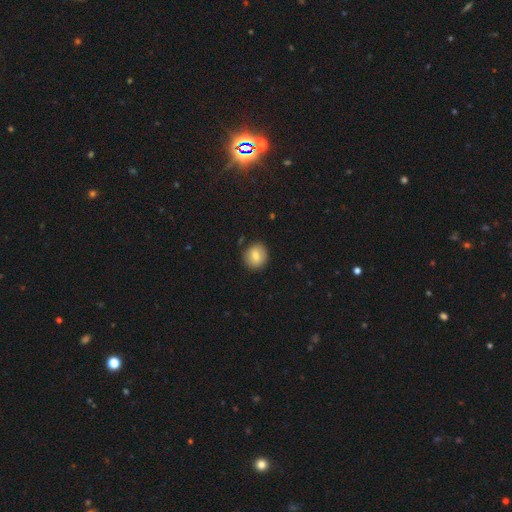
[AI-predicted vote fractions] This is likely a smooth galaxy (77%). How rounded: clearly round (87%). Merging: clearly none (88%).